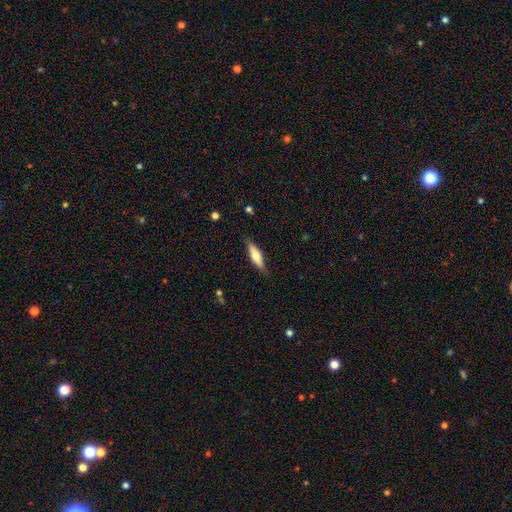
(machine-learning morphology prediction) Overall: smooth (56%; featured or disk 38%). How rounded: cigar-shaped (62%; in between 36%). Merging: none (83%).